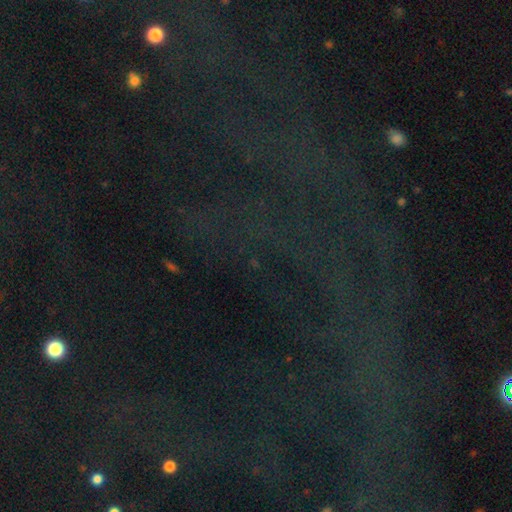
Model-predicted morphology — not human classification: smooth_or_featured: star or artifact (p=0.78) [alt: smooth p=0.11]